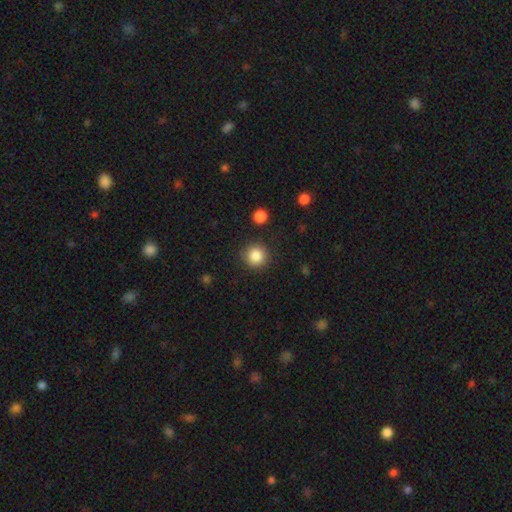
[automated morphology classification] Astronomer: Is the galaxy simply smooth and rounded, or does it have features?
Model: smooth — 85%.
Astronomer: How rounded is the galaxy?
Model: round — 94%.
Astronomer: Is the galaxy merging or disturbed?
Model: none — 89%.